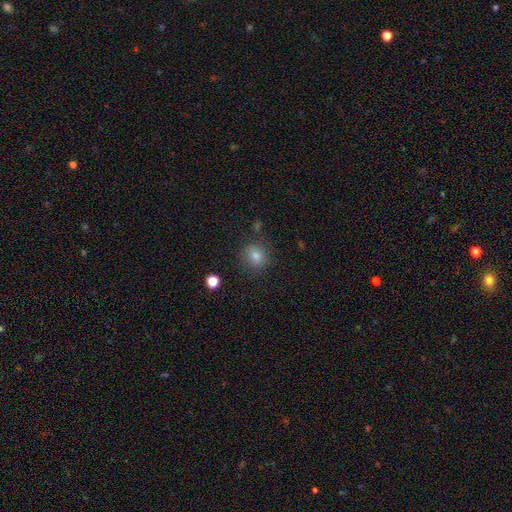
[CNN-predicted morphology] Smooth or featured?
  - smooth: 78% *
  - star or artifact: 14%
  - featured or disk: 8%
How rounded?
  - round: 84% *
  - in between: 15%
  - cigar-shaped: 1%
Merging?
  - none: 84% *
  - minor disturbance: 10%
  - major disturbance: 3%
  - merger: 3%